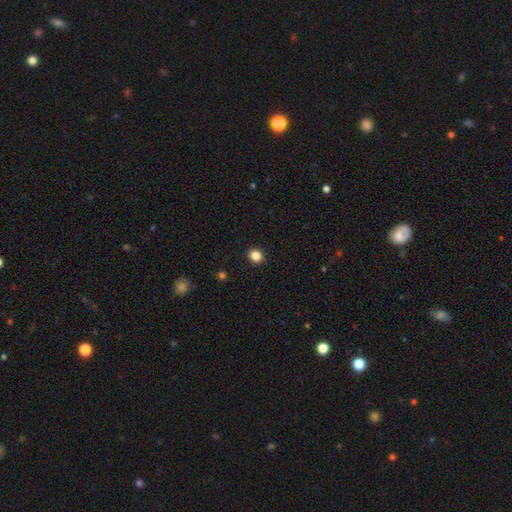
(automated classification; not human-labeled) smooth_or_featured: smooth (p=0.85) [alt: star or artifact p=0.11]
how_rounded: round (p=0.81) [alt: in between p=0.18]
merging: none (p=0.92) [alt: minor disturbance p=0.05]